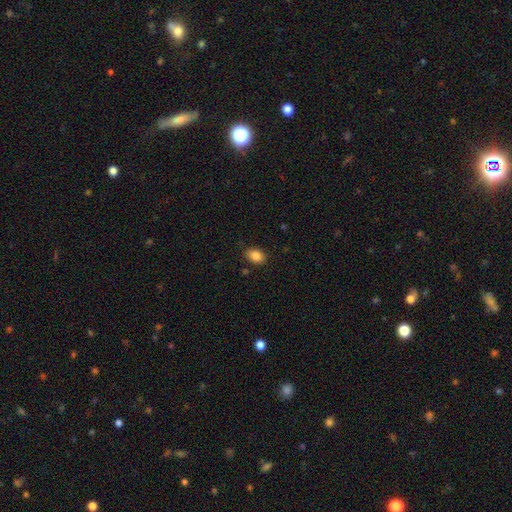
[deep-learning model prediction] smooth-or-featured: smooth: 85% | star or artifact: 9% | featured or disk: 6%
  how-rounded: in between: 84% | round: 15% | cigar-shaped: 1%
  merging: none: 85% | minor disturbance: 11% | major disturbance: 2% | merger: 2%